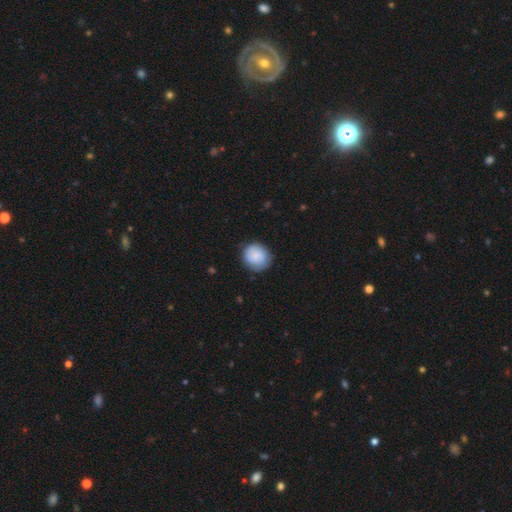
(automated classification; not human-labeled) This appears to be a smooth galaxy with no disk features (80%) that is round (88%). Merging: none (80%).